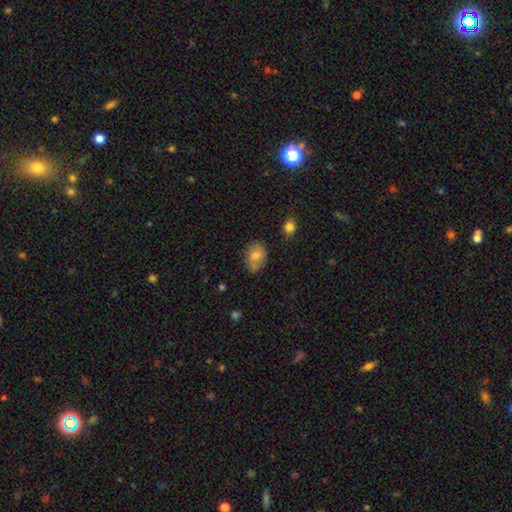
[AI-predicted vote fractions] smooth_or_featured: smooth (p=0.73) [alt: featured or disk p=0.18]
how_rounded: in between (p=0.74) [alt: round p=0.25]
merging: none (p=0.66) [alt: minor disturbance p=0.21]